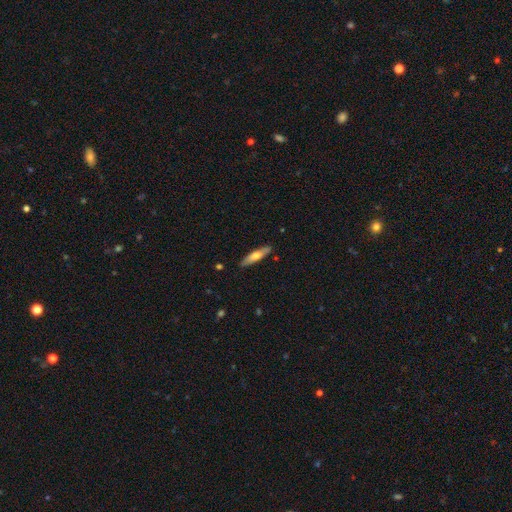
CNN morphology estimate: smooth_or_featured: smooth (p=0.57) [alt: featured or disk p=0.37]
how_rounded: cigar-shaped (p=0.76) [alt: in between p=0.22]
merging: none (p=0.88) [alt: minor disturbance p=0.09]